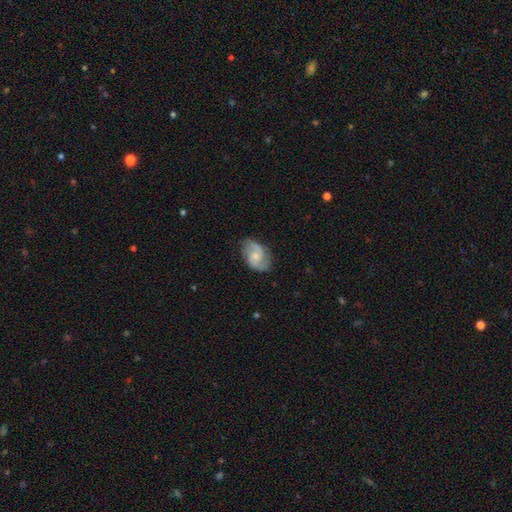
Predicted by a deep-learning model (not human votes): smooth_or_featured: featured or disk (p=0.69) [alt: smooth p=0.25]
disk_edge_on: no (p=0.97) [alt: yes p=0.03]
bar: no (p=0.61) [alt: weak p=0.34]
has_spiral_arms: yes (p=0.93) [alt: no p=0.07]
spiral_winding: medium (p=0.45) [alt: loose p=0.37]
spiral_arm_count: 2 (p=0.86) [alt: can't tell p=0.07]
bulge_size: small (p=0.55) [alt: moderate p=0.36]
merging: none (p=0.72) [alt: minor disturbance p=0.21]